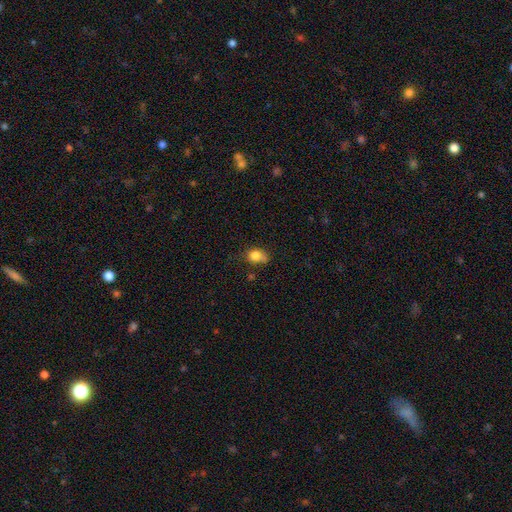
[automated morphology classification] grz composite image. It shows a smooth galaxy with no disk features (82%) that is in between round and cigar-shaped (61%). Merging: none (47%).